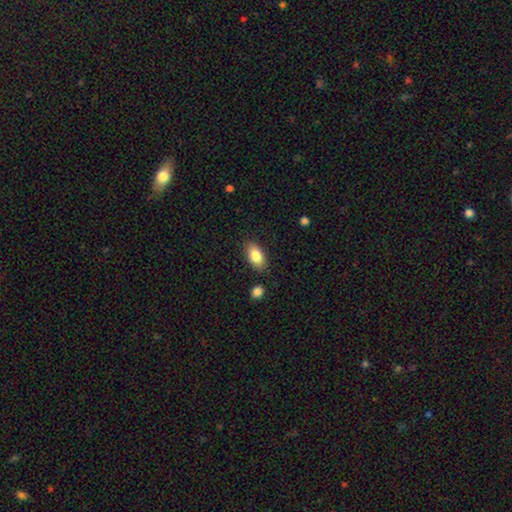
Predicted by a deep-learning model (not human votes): The model was most divided on "smooth or featured": smooth: 83%, featured or disk: 11%, star or artifact: 7%. More confident: how rounded — in between (92%); merging — none (85%).